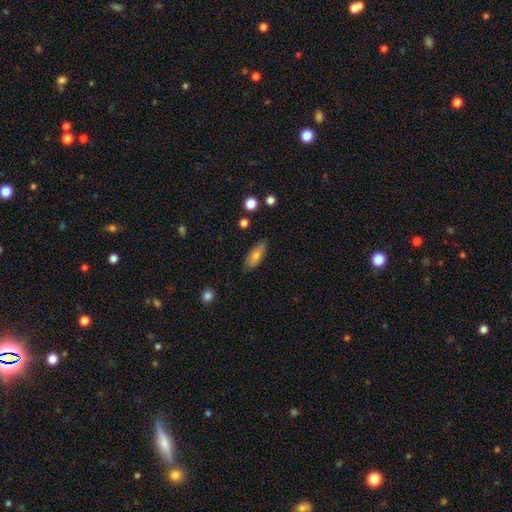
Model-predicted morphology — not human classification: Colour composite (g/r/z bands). It shows a smooth galaxy with no disk features (75%) that is in between round and cigar-shaped (77%). Merging: none (80%).